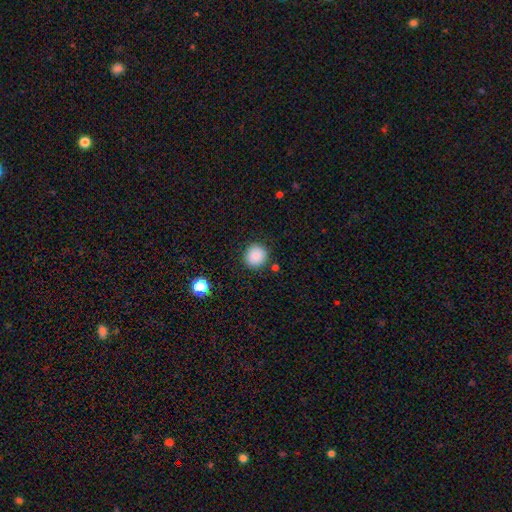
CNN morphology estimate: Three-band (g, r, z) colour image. It shows a smooth galaxy with no disk features (87%) that is round (90%). Merging: none (87%).